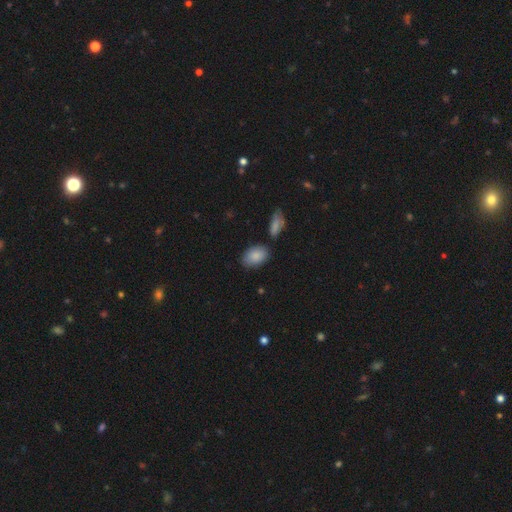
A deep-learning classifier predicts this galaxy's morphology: A smooth galaxy with no disk features (87%) that is in between round and cigar-shaped (91%). Merging: none (71%).